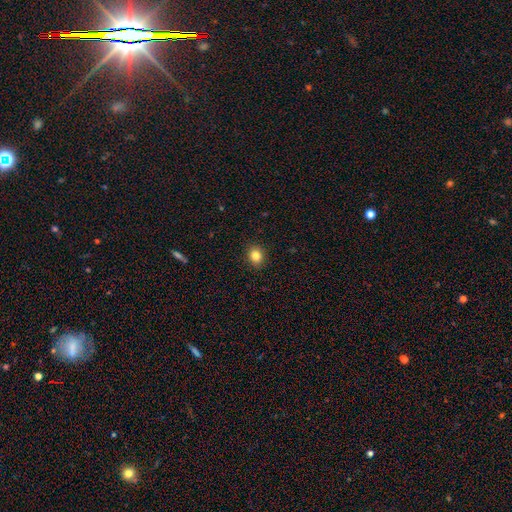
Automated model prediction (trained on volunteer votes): Smooth or featured: smooth — 84% (star or artifact — 10%)
How rounded: round — 60% (in between — 39%)
Merging: none — 91% (minor disturbance — 6%)